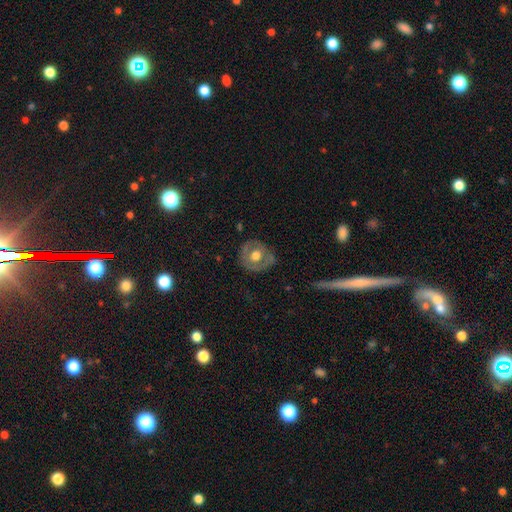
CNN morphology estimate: A smooth galaxy with no disk features (48%). Merging: none (75%).